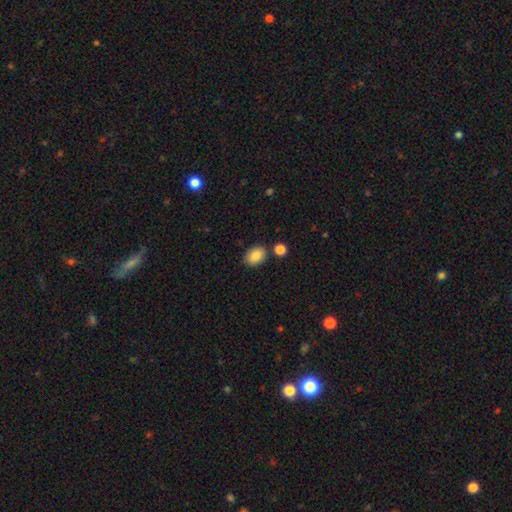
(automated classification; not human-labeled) A smooth galaxy with no disk features (87%) that is in between round and cigar-shaped (77%).

Vote fractions:
- Smooth or featured? smooth: 87% / star or artifact: 8% / featured or disk: 6%
- How rounded? in between: 77% / round: 22% / cigar-shaped: 1%
- Merging? none: 82% / minor disturbance: 10% / merger: 6% / major disturbance: 2%